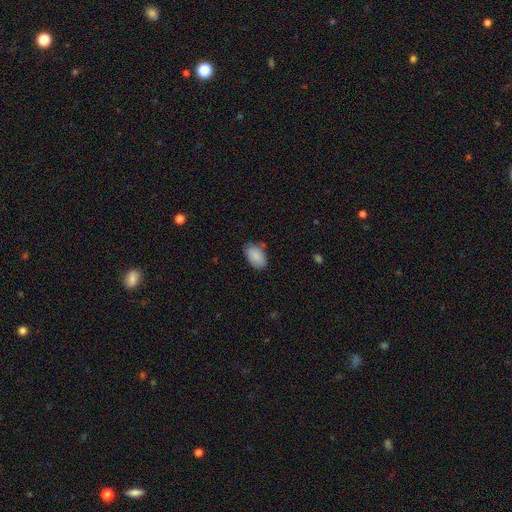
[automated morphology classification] smooth_or_featured: smooth (p=0.87) [alt: star or artifact p=0.07]
how_rounded: in between (p=0.92) [alt: round p=0.06]
merging: none (p=0.73) [alt: minor disturbance p=0.20]